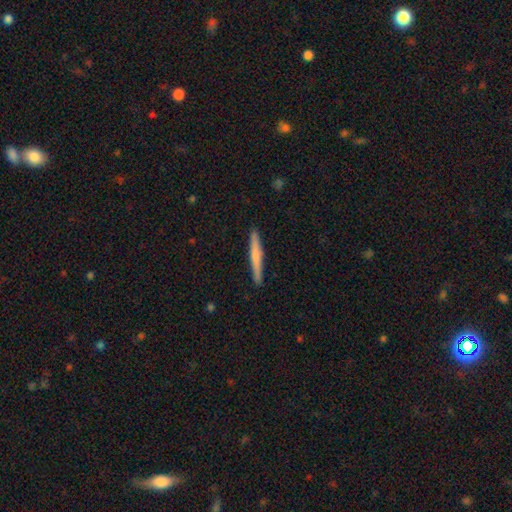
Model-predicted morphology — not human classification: type=smooth (58%); roundness=cigar-shaped (96%); merging=none (91%).